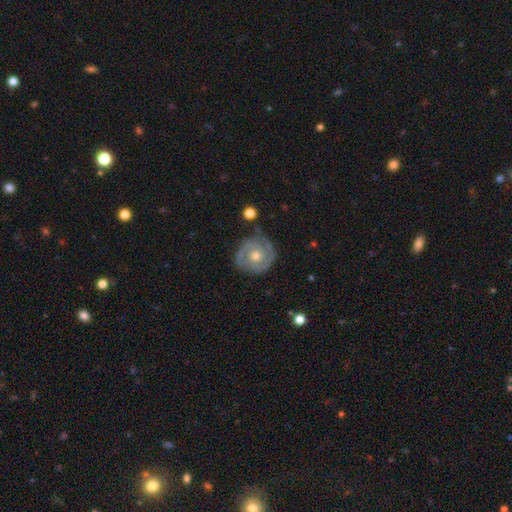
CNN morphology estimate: The model was most divided on "bulge size": moderate: 63%, small: 33%, large: 2%, none: 1%, dominant: 1%. More confident: edge-on disk — no (98%); spiral arms — yes (95%); smooth or featured — featured or disk (85%); merging — none (81%); spiral arm count — 2 (75%); bar — no (75%); spiral winding — tight (70%).